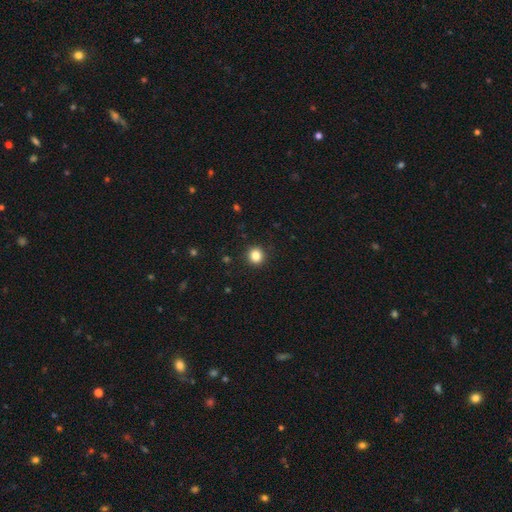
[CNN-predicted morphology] smooth_or_featured: smooth (p=0.84) [alt: star or artifact p=0.11]
how_rounded: round (p=0.91) [alt: in between p=0.08]
merging: none (p=0.92) [alt: minor disturbance p=0.05]